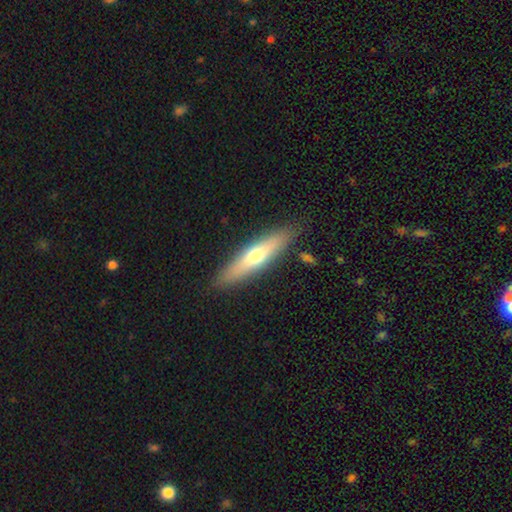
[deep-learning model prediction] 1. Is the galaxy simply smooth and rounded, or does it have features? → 55% smooth, 40% featured or disk, 6% star or artifact.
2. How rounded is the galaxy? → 80% cigar-shaped, 18% in between, 2% round.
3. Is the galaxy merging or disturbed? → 86% none, 10% minor disturbance, 2% major disturbance, 2% merger.